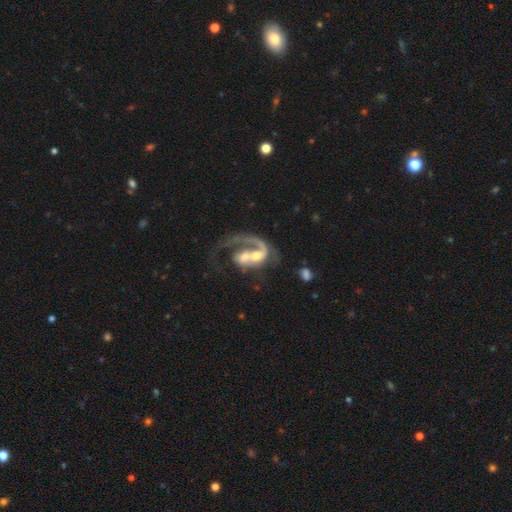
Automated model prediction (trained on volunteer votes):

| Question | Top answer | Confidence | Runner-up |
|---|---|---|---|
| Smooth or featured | featured or disk | 79% | smooth (14%) |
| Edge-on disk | no | 97% | yes (3%) |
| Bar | no | 58% | weak (30%) |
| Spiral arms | yes | 86% | no (14%) |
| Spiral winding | loose | 46% | medium (34%) |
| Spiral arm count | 1 | 79% | 2 (12%) |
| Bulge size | moderate | 58% | small (23%) |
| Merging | merger | 53% | major disturbance (21%) |